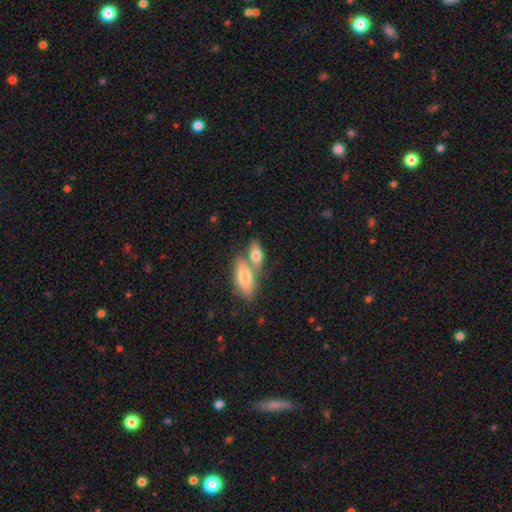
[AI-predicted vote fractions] Smooth or featured? Predicted: smooth (p=0.75). How rounded? Predicted: in between (p=0.78). Merging? Predicted: merger (p=0.47).